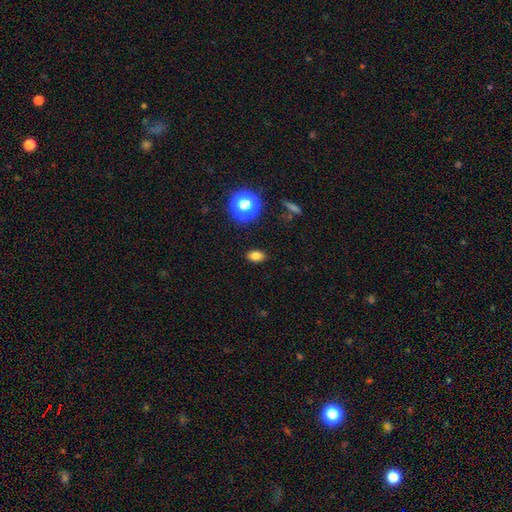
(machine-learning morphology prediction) smooth_or_featured: smooth (p=0.80) [alt: star or artifact p=0.14]
how_rounded: in between (p=0.80) [alt: round p=0.18]
merging: none (p=0.88) [alt: minor disturbance p=0.08]